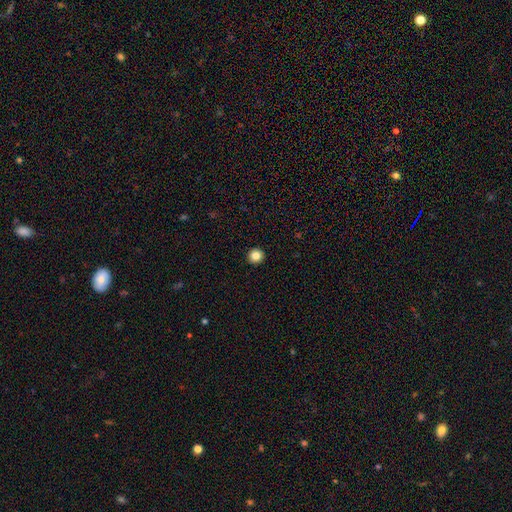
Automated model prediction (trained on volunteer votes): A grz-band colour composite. It shows a smooth galaxy with no disk features (84%) that is round (95%). Merging: none (94%).